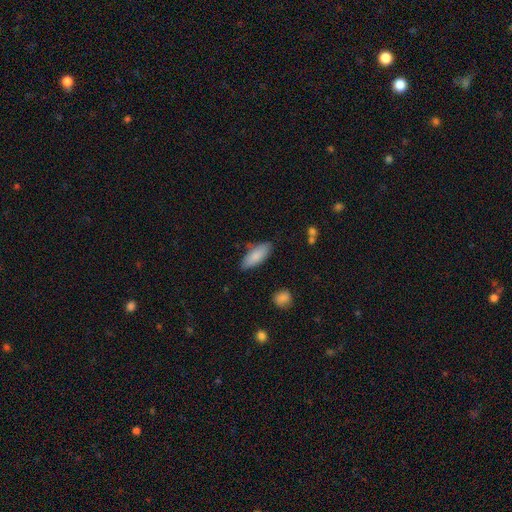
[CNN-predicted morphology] smooth 84%, featured or disk 10%, star or artifact 6%. Down the decision tree: how rounded — in between (76%); merging — none (77%).